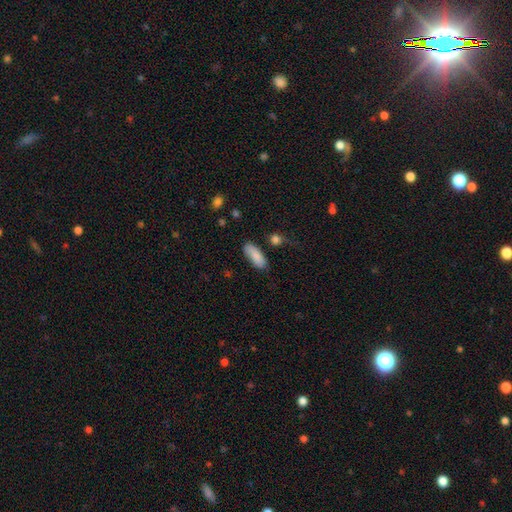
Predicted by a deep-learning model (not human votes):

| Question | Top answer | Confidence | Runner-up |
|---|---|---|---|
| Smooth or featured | smooth | 87% | featured or disk (7%) |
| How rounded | in between | 76% | cigar-shaped (22%) |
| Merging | none | 72% | minor disturbance (19%) |